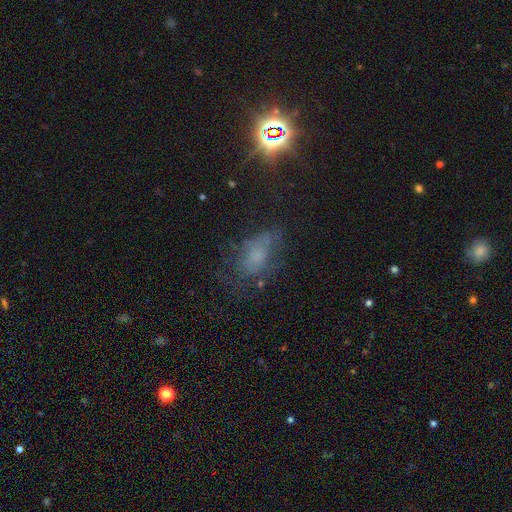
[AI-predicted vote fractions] A smooth galaxy with no disk features (41%). Merging: none (51%).